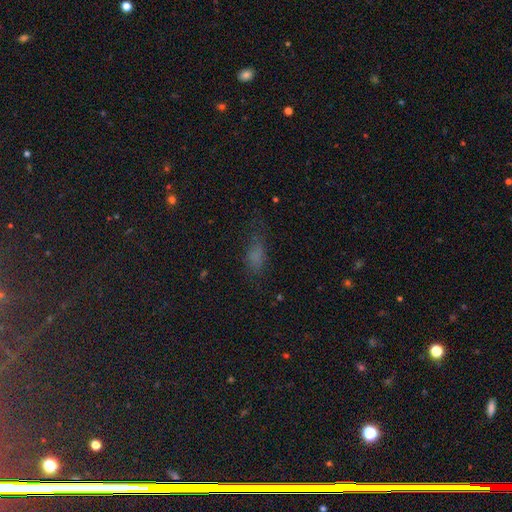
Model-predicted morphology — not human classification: type=smooth (69%); roundness=in between (72%); merging=none (56%).